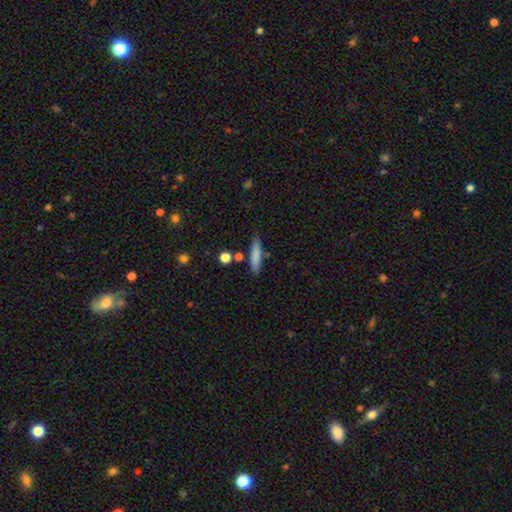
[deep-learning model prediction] Smooth or featured?
  - smooth: 80% *
  - featured or disk: 13%
  - star or artifact: 7%
How rounded?
  - cigar-shaped: 83% *
  - in between: 15%
  - round: 2%
Merging?
  - none: 80% *
  - minor disturbance: 11%
  - merger: 5%
  - major disturbance: 3%